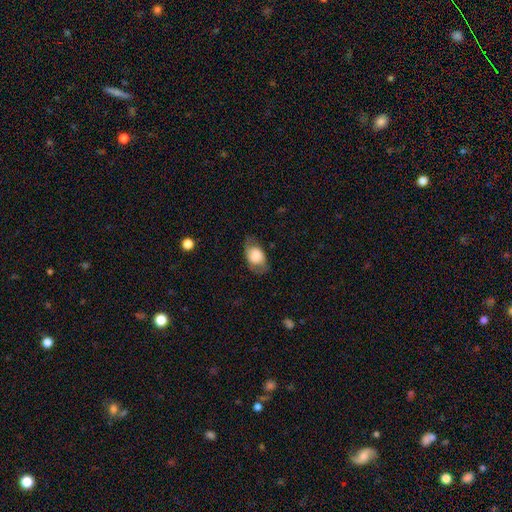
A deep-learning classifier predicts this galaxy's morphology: Q: Smooth or featured?
A: smooth (63%); runner-up: featured or disk (30%)
Q: How rounded?
A: in between (81%); runner-up: round (17%)
Q: Merging?
A: none (68%); runner-up: minor disturbance (21%)